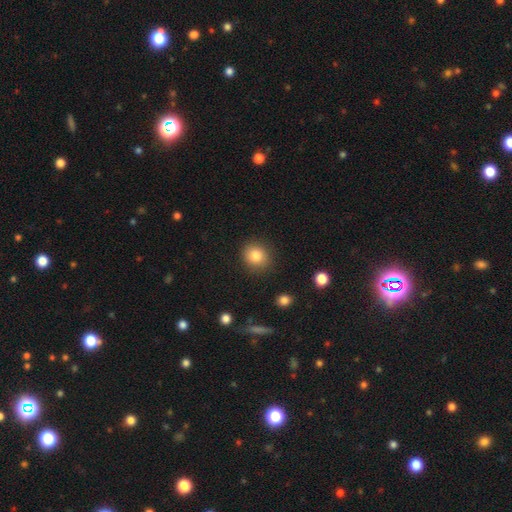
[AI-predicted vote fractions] Smooth or featured? Predicted: smooth (p=0.84). How rounded? Predicted: round (p=0.84). Merging? Predicted: none (p=0.88).